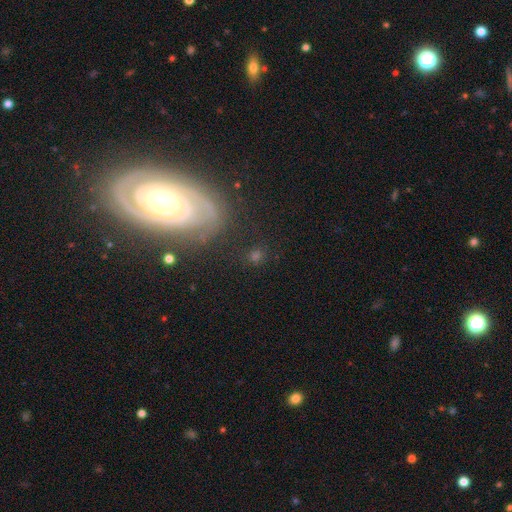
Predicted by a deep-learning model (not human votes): Smooth or featured?
  - smooth: 40% *
  - featured or disk: 35%
  - star or artifact: 25%
Merging?
  - none: 71% *
  - minor disturbance: 14%
  - major disturbance: 9%
  - merger: 5%